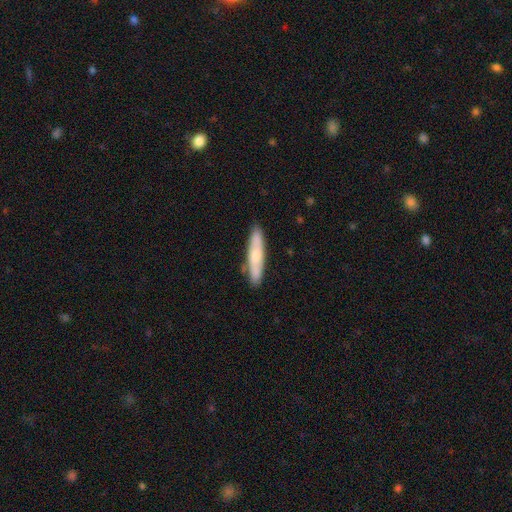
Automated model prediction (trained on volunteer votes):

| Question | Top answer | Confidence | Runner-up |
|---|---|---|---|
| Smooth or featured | smooth | 62% | featured or disk (32%) |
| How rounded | cigar-shaped | 84% | in between (14%) |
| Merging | none | 84% | minor disturbance (12%) |